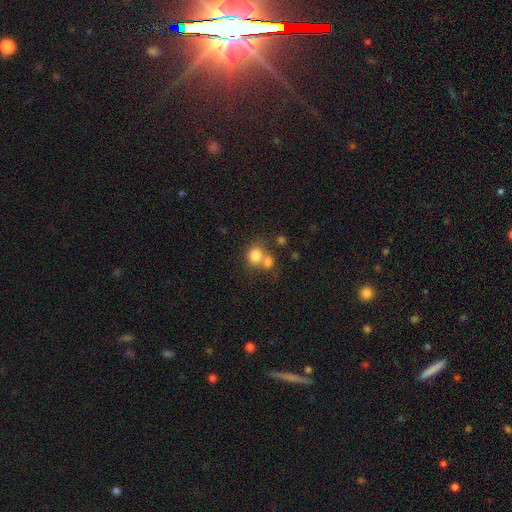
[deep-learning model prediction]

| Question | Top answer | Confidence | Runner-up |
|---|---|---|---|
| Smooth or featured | smooth | 80% | star or artifact (11%) |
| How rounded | round | 79% | in between (20%) |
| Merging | merger | 46% | none (42%) |